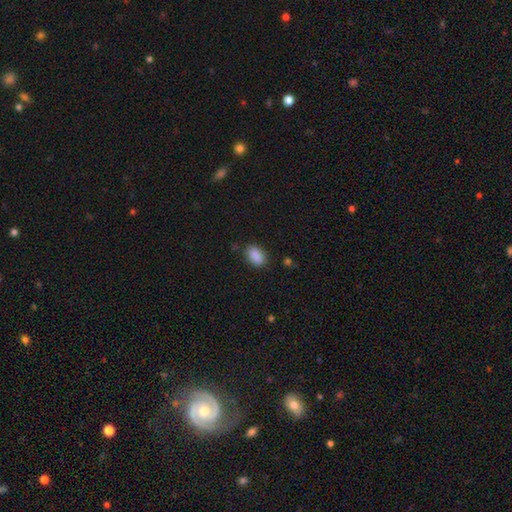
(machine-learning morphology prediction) Smooth or featured? smooth (88%)
How rounded? in between (89%)
Merging? none (81%)